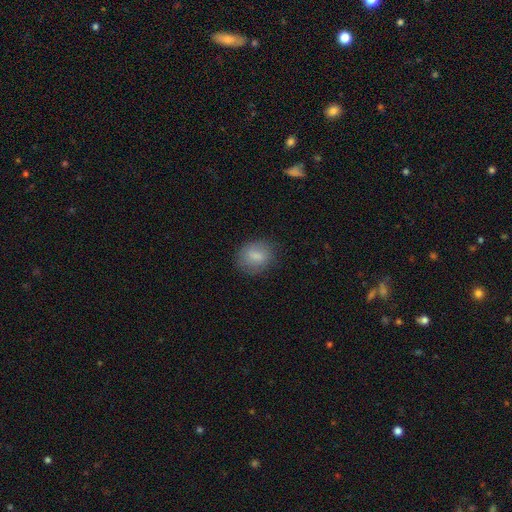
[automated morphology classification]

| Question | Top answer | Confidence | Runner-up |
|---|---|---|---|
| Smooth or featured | smooth | 77% | featured or disk (15%) |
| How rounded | round | 50% | in between (48%) |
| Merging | none | 76% | minor disturbance (17%) |